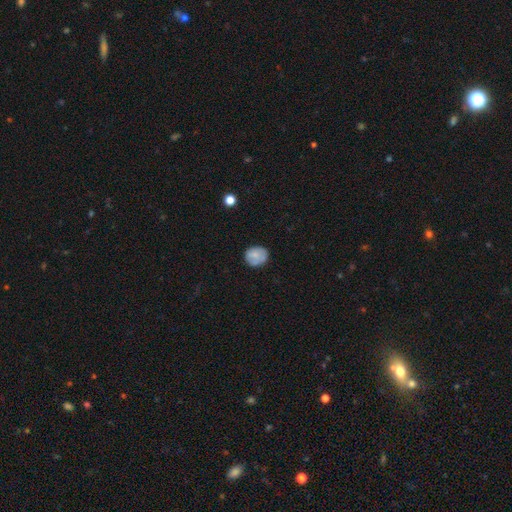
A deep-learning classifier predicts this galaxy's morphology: type=smooth (76%); roundness=round (64%); merging=none (75%).